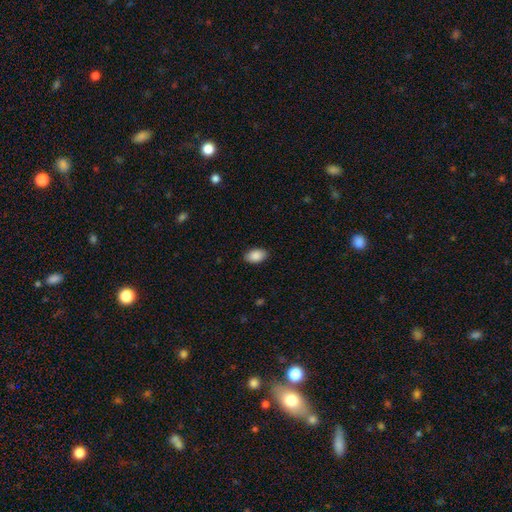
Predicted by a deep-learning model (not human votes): Overall: smooth (89%). How rounded: in between (92%). Merging: none (87%).